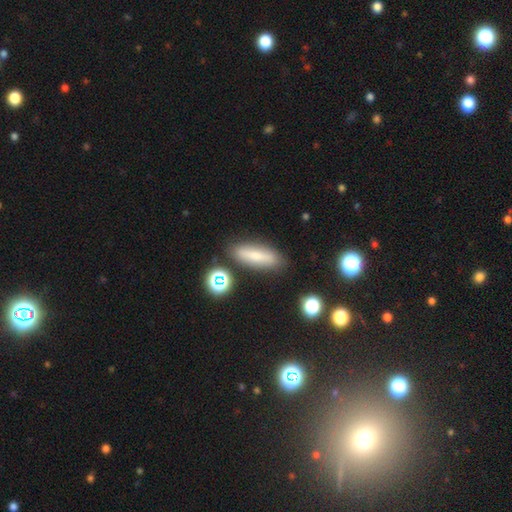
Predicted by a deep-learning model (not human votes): smooth_or_featured: smooth (p=0.65) [alt: featured or disk p=0.24]
how_rounded: cigar-shaped (p=0.54) [alt: in between p=0.43]
merging: none (p=0.82) [alt: minor disturbance p=0.12]